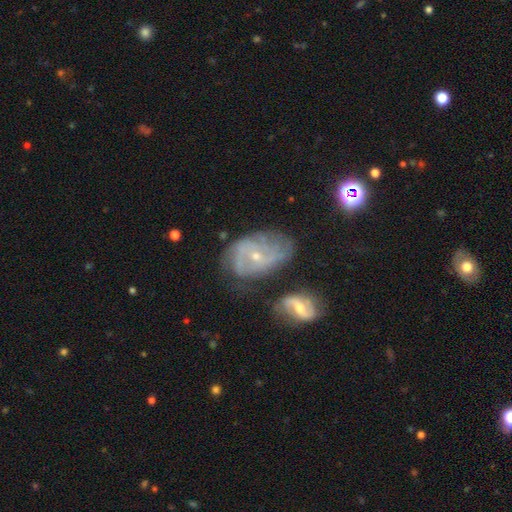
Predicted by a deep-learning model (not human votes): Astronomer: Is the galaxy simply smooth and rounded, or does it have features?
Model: featured or disk — 79%.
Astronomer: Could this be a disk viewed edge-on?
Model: no — 96%.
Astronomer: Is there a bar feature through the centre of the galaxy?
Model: no — 58% (runner-up: weak, 34%).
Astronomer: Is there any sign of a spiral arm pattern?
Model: yes — 89%.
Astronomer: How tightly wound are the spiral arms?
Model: medium — 41% (runner-up: tight, 38%).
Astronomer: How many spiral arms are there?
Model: can't tell — 35% (runner-up: 2, 33%).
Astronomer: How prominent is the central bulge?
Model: small — 70%.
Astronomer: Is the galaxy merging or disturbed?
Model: none — 49% (runner-up: minor disturbance, 25%).